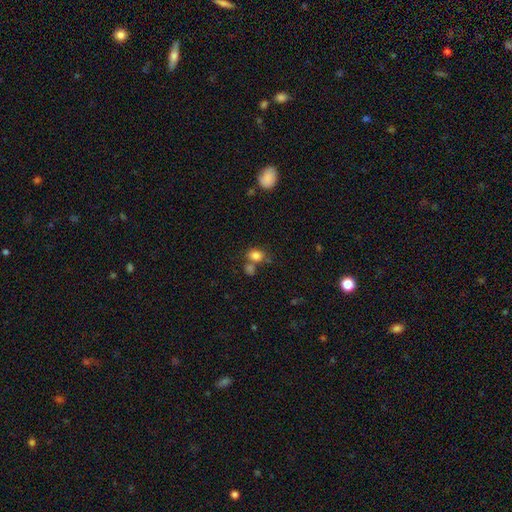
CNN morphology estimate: A smooth galaxy with no disk features (81%) that is in between round and cigar-shaped (54%). Merging: none (54%).